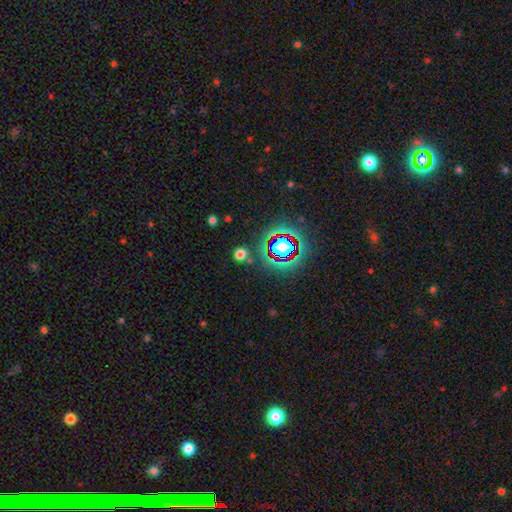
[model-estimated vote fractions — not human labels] The model was most divided on "smooth or featured": star or artifact: 80%, smooth: 11%, featured or disk: 9%.